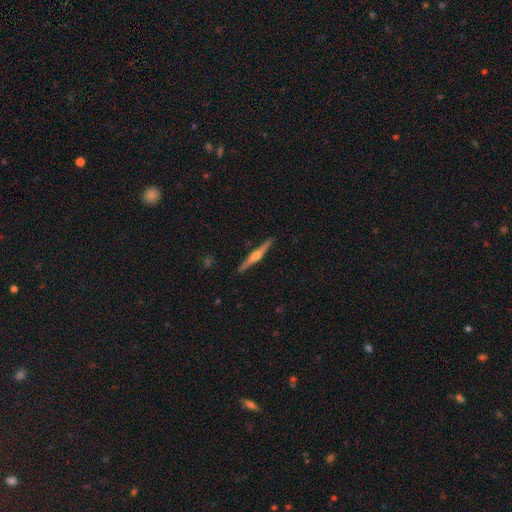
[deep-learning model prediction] A featured or disk galaxy (75%) viewed edge-on (98%) with a rounded central bulge (88%).

Vote fractions:
- Smooth or featured? featured or disk: 75% / smooth: 20% / star or artifact: 5%
- Edge-on disk? yes: 98% / no: 2%
- Edge-on bulge? rounded: 88% / boxy: 7% / none: 5%
- Merging? none: 91% / minor disturbance: 6% / major disturbance: 1% / merger: 1%